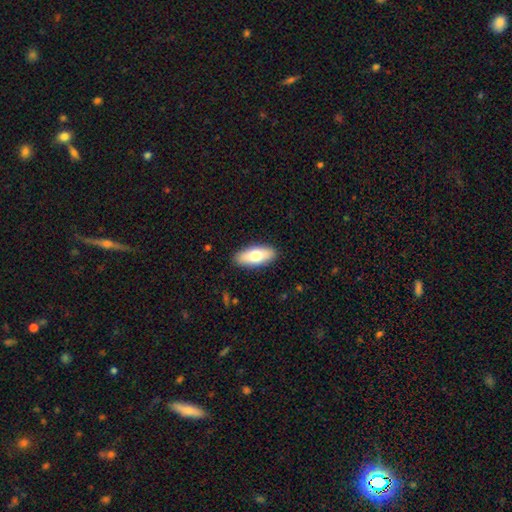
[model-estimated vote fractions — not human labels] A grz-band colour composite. It shows a smooth galaxy with no disk features (73%) that is in between round and cigar-shaped (83%). Merging: none (90%).